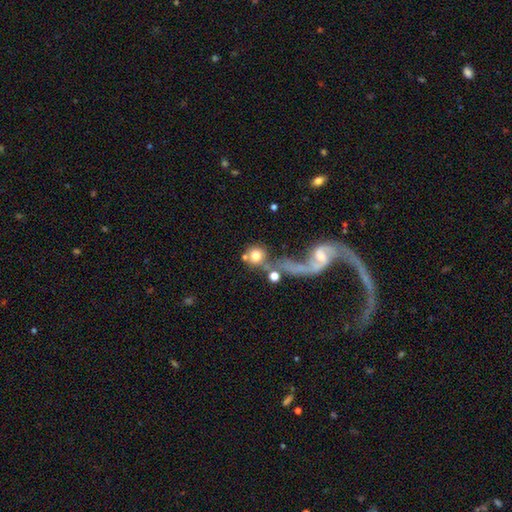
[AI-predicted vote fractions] Smooth or featured: smooth — 70% (featured or disk — 21%)
How rounded: round — 88% (in between — 10%)
Merging: none — 45% (merger — 32%)